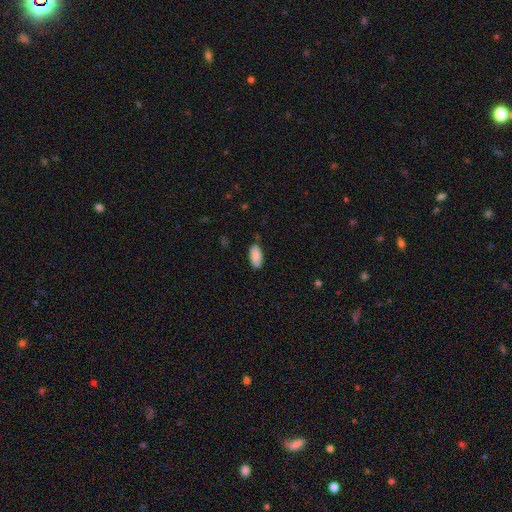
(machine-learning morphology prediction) Overall: smooth (88%). How rounded: in between (92%). Merging: none (82%).